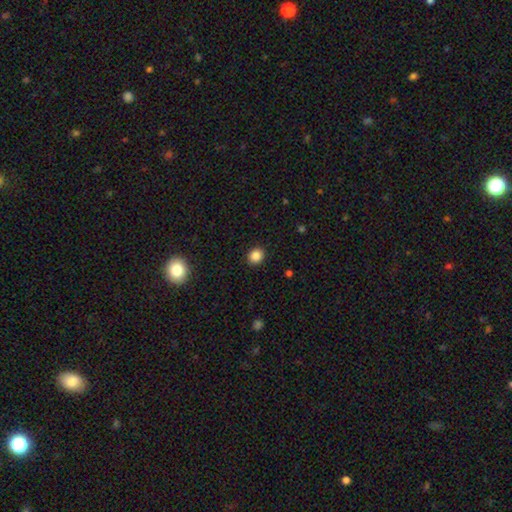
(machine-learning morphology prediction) Smooth or featured?
  - smooth: 86% *
  - star or artifact: 11%
  - featured or disk: 4%
How rounded?
  - round: 78% *
  - in between: 21%
  - cigar-shaped: 1%
Merging?
  - none: 91% *
  - minor disturbance: 6%
  - major disturbance: 2%
  - merger: 1%